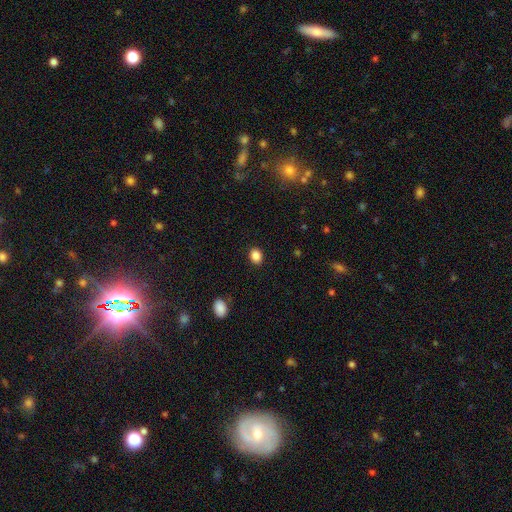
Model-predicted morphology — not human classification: This appears to be a smooth galaxy with no disk features (87%) that is in between round and cigar-shaped (52%). Merging: none (89%).